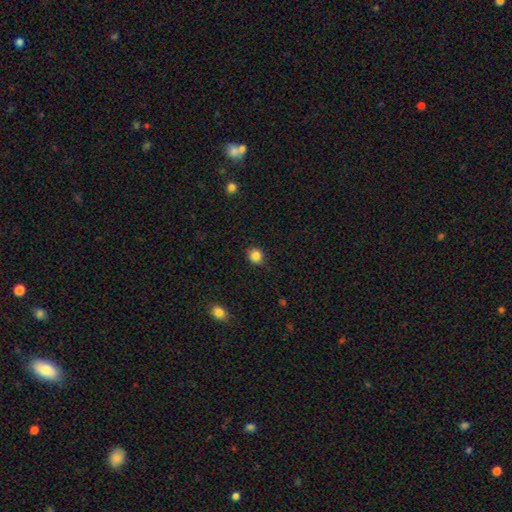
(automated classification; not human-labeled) Q: Smooth or featured?
A: smooth (86%); runner-up: star or artifact (10%)
Q: How rounded?
A: round (83%); runner-up: in between (16%)
Q: Merging?
A: none (88%); runner-up: minor disturbance (9%)